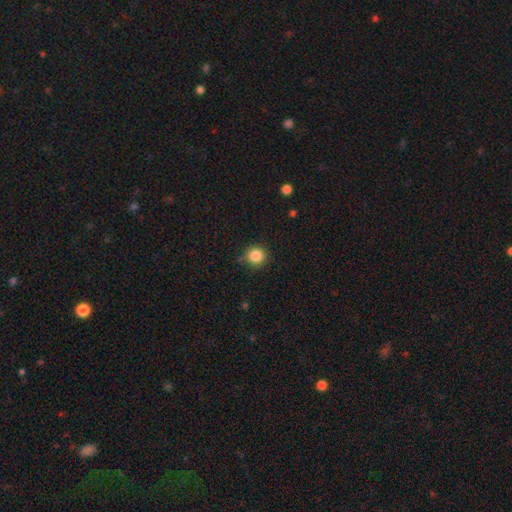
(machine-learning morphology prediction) Q: Smooth or featured?
A: smooth (85%); runner-up: star or artifact (11%)
Q: How rounded?
A: round (94%); runner-up: in between (5%)
Q: Merging?
A: none (85%); runner-up: minor disturbance (10%)